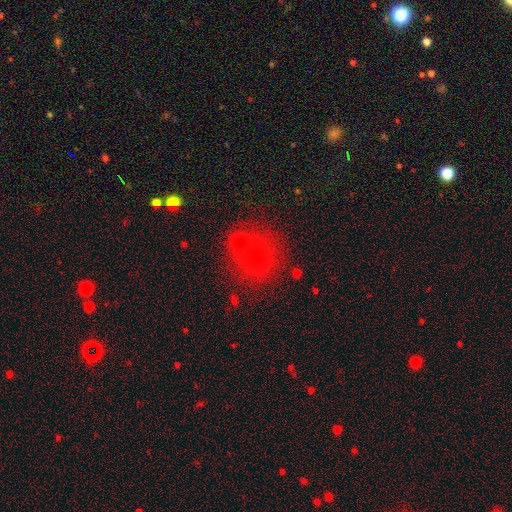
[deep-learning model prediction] Smooth or featured: smooth — 68% (star or artifact — 18%)
How rounded: round — 86% (in between — 13%)
Merging: none — 58% (merger — 28%)